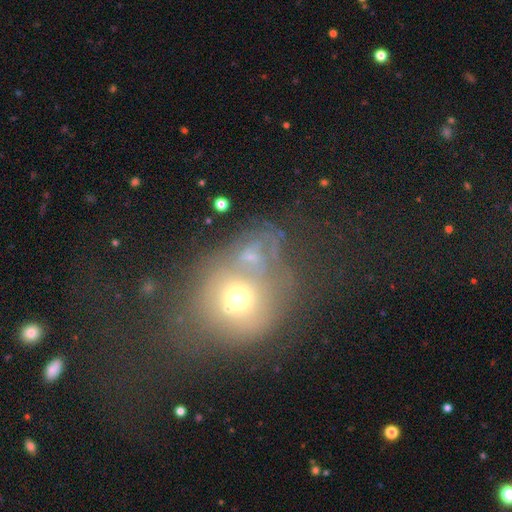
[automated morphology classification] Q: Smooth or featured?
A: smooth (49%); runner-up: featured or disk (29%)
Q: Merging?
A: merger (43%); runner-up: none (28%)